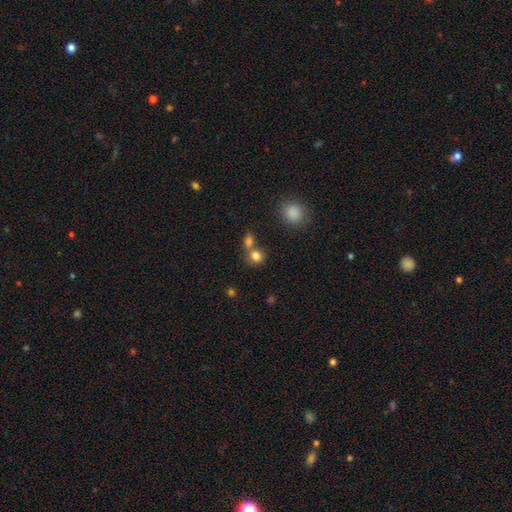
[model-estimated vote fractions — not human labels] Morphology: type=smooth (80%); roundness=round (81%); merging=none (51%).